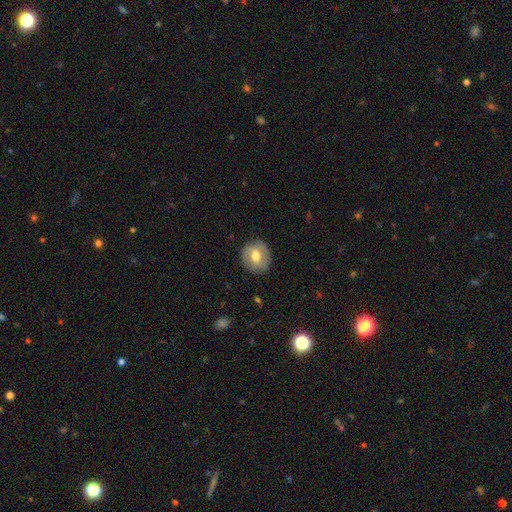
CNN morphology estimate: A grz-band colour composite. It shows a smooth galaxy with no disk features (53%) that is round (79%). Merging: none (84%).